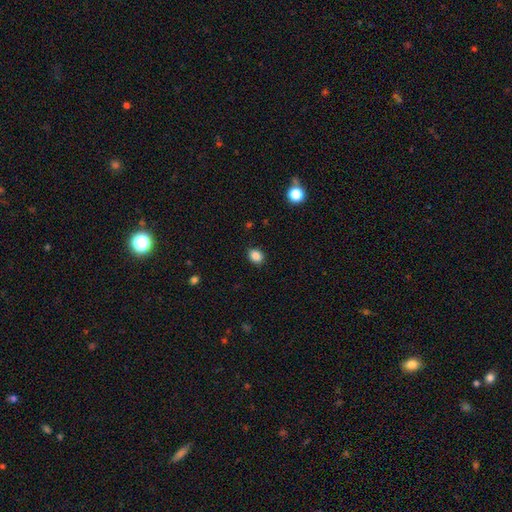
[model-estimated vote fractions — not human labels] A smooth galaxy with no disk features (87%) that is round (52%).

Vote fractions:
- Smooth or featured? smooth: 87% / star or artifact: 10% / featured or disk: 3%
- How rounded? round: 52% / in between: 48% / cigar-shaped: 1%
- Merging? none: 88% / minor disturbance: 8% / major disturbance: 2% / merger: 1%